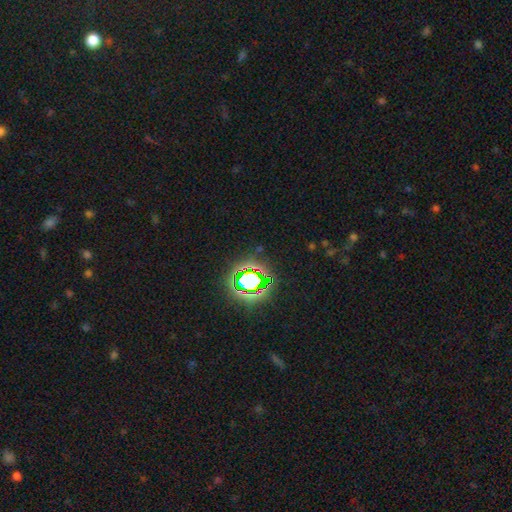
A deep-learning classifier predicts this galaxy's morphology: This appears to be a star or artifact, not a galaxy (80%).